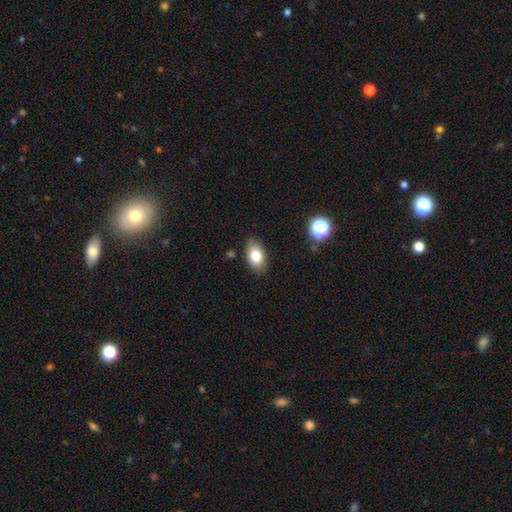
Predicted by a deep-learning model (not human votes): A smooth galaxy with no disk features (79%) that is in between round and cigar-shaped (88%).

Vote fractions:
- Smooth or featured? smooth: 79% / featured or disk: 12% / star or artifact: 9%
- How rounded? in between: 88% / round: 10% / cigar-shaped: 1%
- Merging? none: 85% / minor disturbance: 11% / major disturbance: 3% / merger: 1%